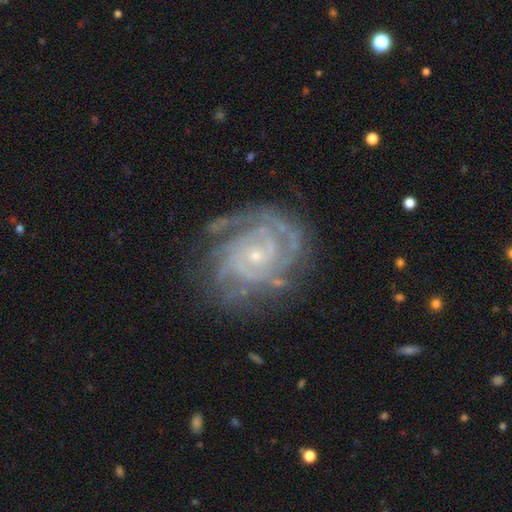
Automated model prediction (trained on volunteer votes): The model was most divided on "spiral arm count" (2-way tie): 2: 25%, 3: 25%, can't tell: 20%, 4: 15%, more than 4: 8%, 1: 7%. More confident: spiral arms — yes (98%); edge-on disk — no (98%); smooth or featured — featured or disk (90%); bulge size — small (80%); spiral winding — tight (77%); bar — no (73%); merging — none (72%).